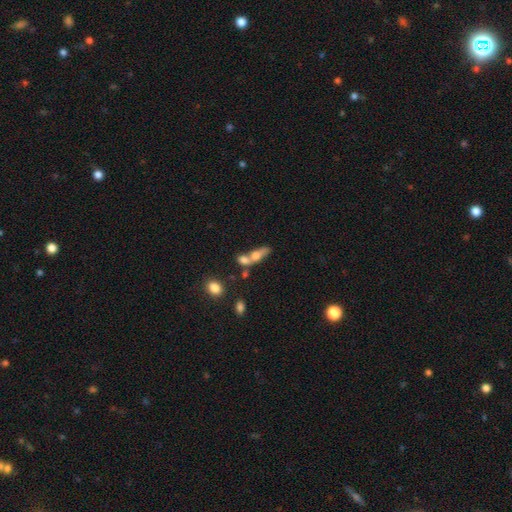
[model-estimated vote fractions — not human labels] Smooth or featured: smooth — 58% (featured or disk — 32%)
How rounded: in between — 57% (cigar-shaped — 32%)
Merging: merger — 56% (none — 27%)